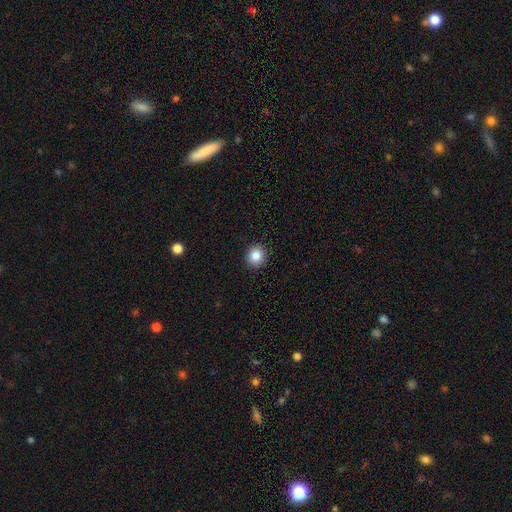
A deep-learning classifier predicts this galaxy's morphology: smooth-or-featured: smooth: 86% | star or artifact: 10% | featured or disk: 5%
  how-rounded: round: 92% | in between: 7% | cigar-shaped: 1%
  merging: none: 93% | minor disturbance: 5% | major disturbance: 2% | merger: 1%